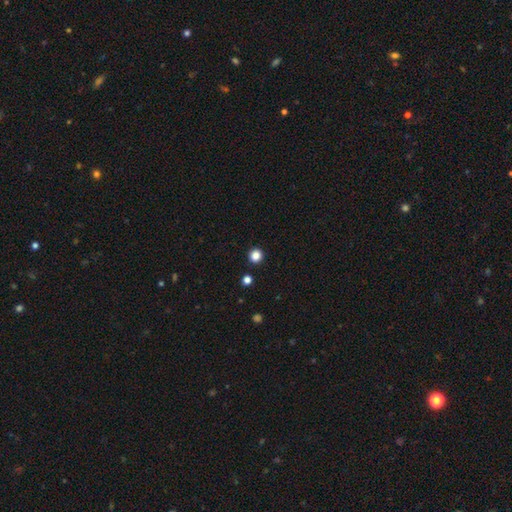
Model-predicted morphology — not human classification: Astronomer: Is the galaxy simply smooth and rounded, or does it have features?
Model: smooth — 85%.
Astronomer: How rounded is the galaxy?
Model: round — 93%.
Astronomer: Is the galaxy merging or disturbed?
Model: none — 92%.